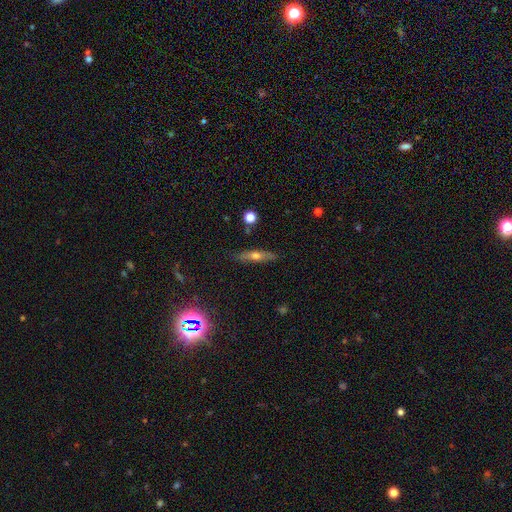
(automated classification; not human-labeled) Smooth or featured: featured or disk — 49% (smooth — 41%)
Merging: none — 85% (minor disturbance — 11%)